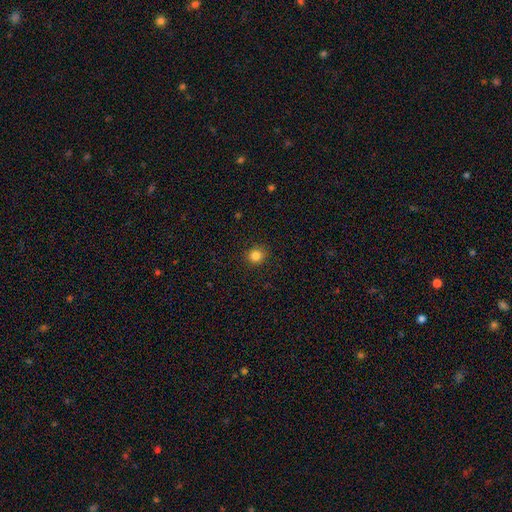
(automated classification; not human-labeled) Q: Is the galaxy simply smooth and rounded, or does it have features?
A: smooth — 84%.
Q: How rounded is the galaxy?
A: round — 89%.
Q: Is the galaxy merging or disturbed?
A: none — 91%.